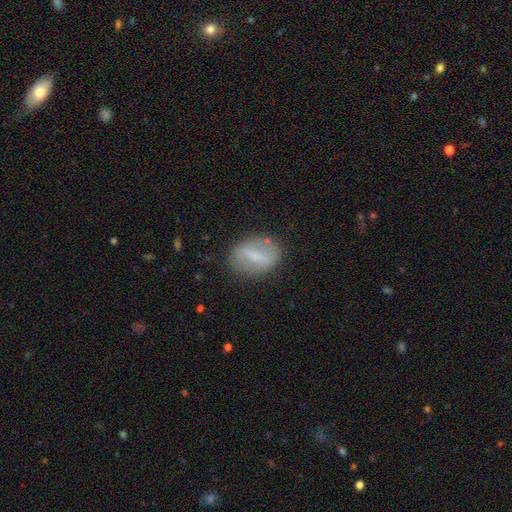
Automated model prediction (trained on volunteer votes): A featured or disk galaxy (49%). Merging: none (79%).